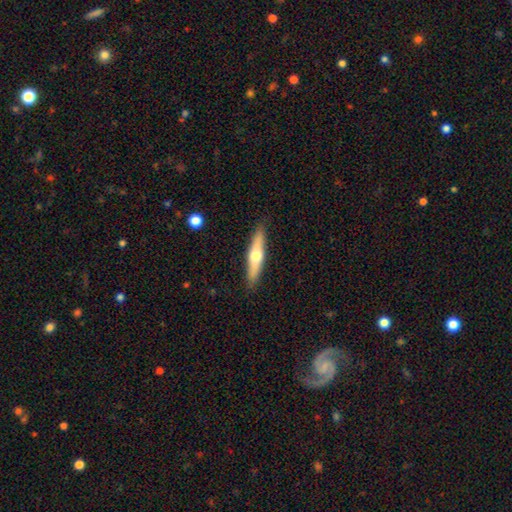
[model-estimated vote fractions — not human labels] A featured or disk galaxy (49%).

Vote fractions:
- Smooth or featured? featured or disk: 49% / smooth: 45% / star or artifact: 5%
- Merging? none: 89% / minor disturbance: 8% / major disturbance: 2% / merger: 1%